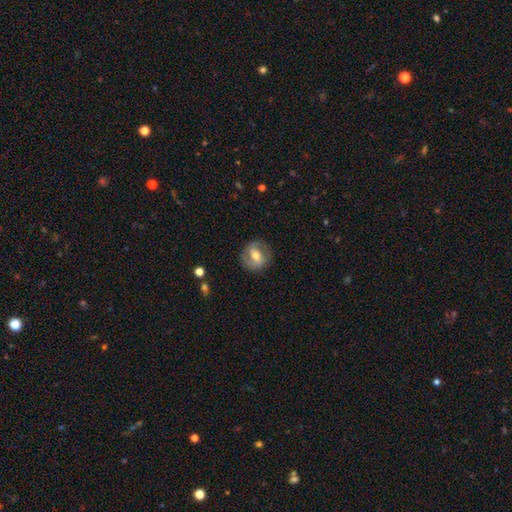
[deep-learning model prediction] smooth_or_featured: featured or disk (p=0.59) [alt: smooth p=0.34]
disk_edge_on: no (p=0.95) [alt: yes p=0.05]
bar: weak (p=0.41) [alt: strong p=0.35]
has_spiral_arms: yes (p=0.74) [alt: no p=0.26]
bulge_size: moderate (p=0.64) [alt: small p=0.29]
merging: none (p=0.82) [alt: minor disturbance p=0.12]